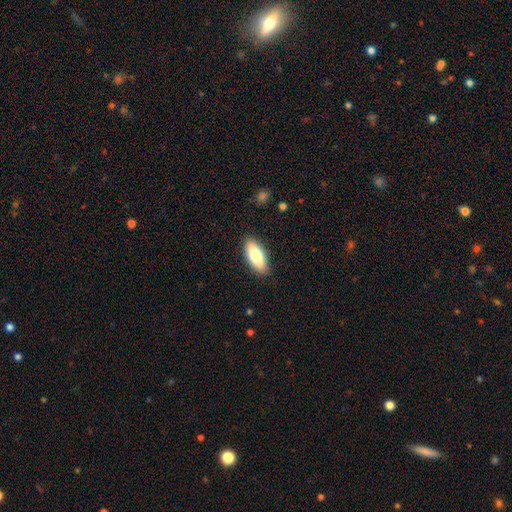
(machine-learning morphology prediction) This appears to be a smooth galaxy with no disk features (78%) that is in between round and cigar-shaped (79%). Merging: none (88%).